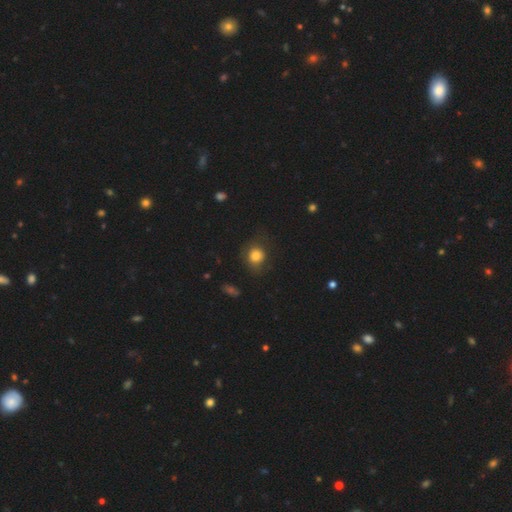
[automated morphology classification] Smooth or featured?
  - smooth: 79% *
  - featured or disk: 11%
  - star or artifact: 10%
How rounded?
  - round: 77% *
  - in between: 22%
  - cigar-shaped: 1%
Merging?
  - none: 68% *
  - minor disturbance: 19%
  - major disturbance: 10%
  - merger: 2%